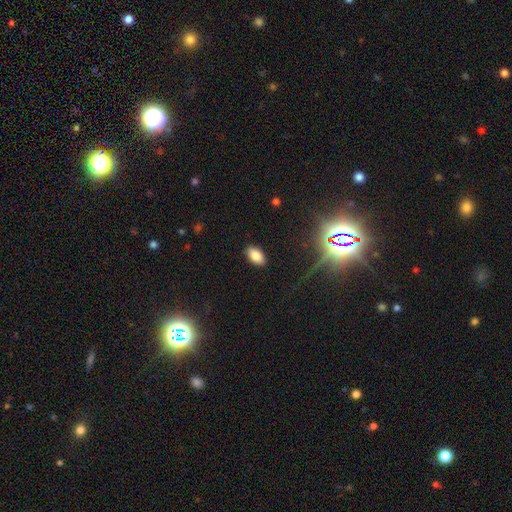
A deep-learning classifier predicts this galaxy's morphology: The model was most divided on "smooth or featured": smooth: 83%, star or artifact: 10%, featured or disk: 7%. More confident: how rounded — in between (94%); merging — none (88%).